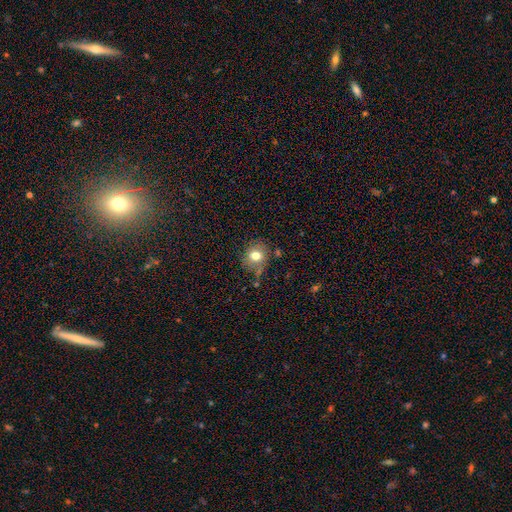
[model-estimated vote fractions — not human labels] Smooth or featured? smooth (76%)
How rounded? round (74%)
Merging? none (69%)